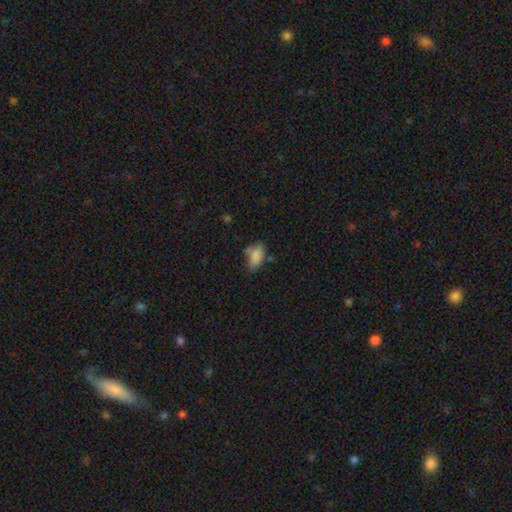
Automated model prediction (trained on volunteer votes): Smooth or featured? Predicted: smooth (p=0.80). How rounded? Predicted: in between (p=0.89). Merging? Predicted: none (p=0.48).